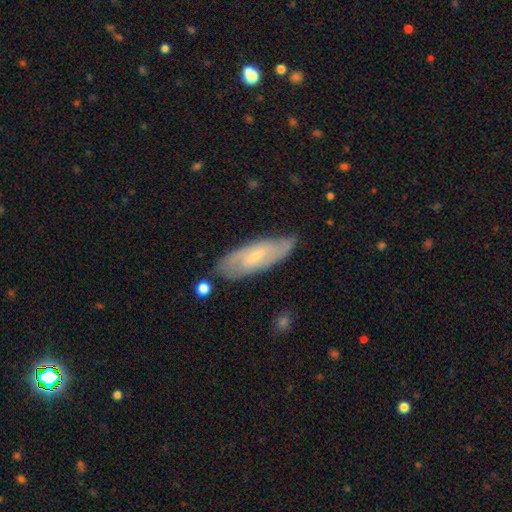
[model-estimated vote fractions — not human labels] Smooth or featured?
  - featured or disk: 60% *
  - smooth: 34%
  - star or artifact: 6%
Edge-on disk?
  - no: 81% *
  - yes: 19%
Merging?
  - none: 78% *
  - minor disturbance: 17%
  - major disturbance: 3%
  - merger: 2%